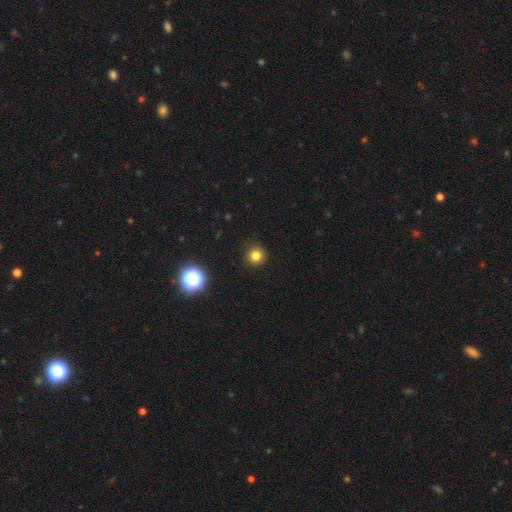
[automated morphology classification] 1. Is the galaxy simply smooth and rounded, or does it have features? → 80% smooth, 15% star or artifact, 5% featured or disk.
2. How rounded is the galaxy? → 95% round, 4% in between, 1% cigar-shaped.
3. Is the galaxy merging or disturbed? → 91% none, 6% minor disturbance, 2% major disturbance, 1% merger.